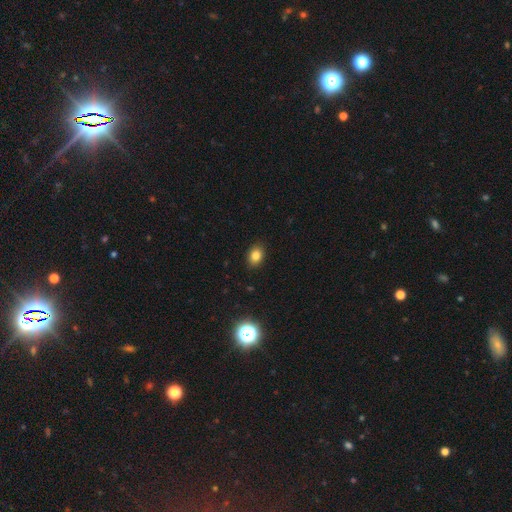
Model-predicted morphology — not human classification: This is clearly a smooth galaxy (81%). How rounded: likely in between (69%). Merging: clearly none (88%).